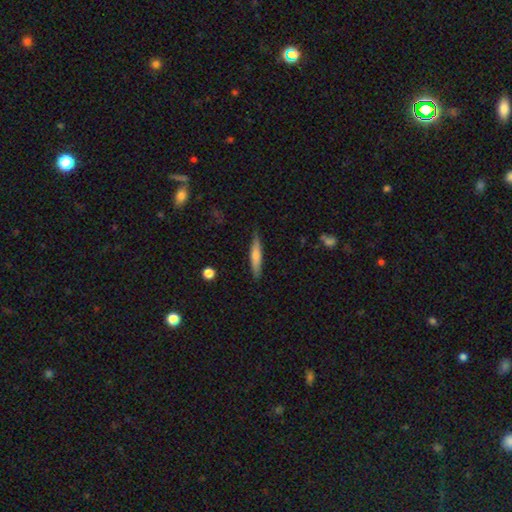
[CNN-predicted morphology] type=smooth (69%); roundness=cigar-shaped (89%); merging=none (84%).